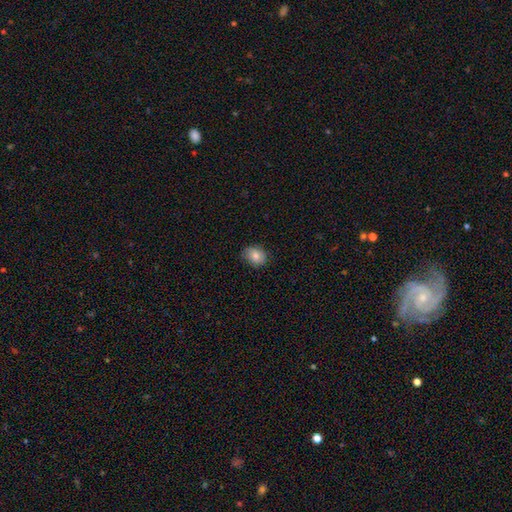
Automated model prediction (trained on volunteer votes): Smooth or featured: smooth — 80% (featured or disk — 12%)
How rounded: round — 52% (in between — 47%)
Merging: none — 81% (minor disturbance — 16%)